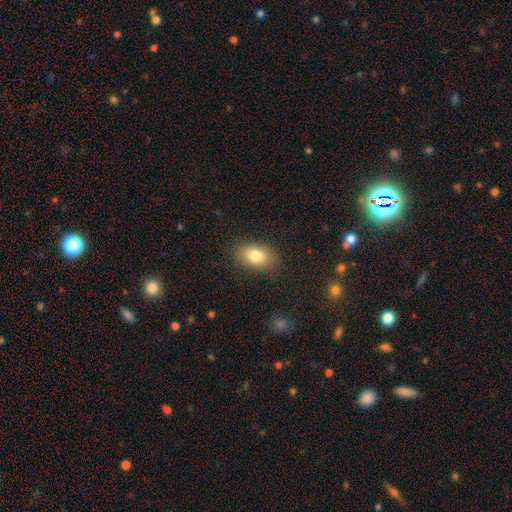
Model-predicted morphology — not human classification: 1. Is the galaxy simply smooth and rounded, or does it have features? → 82% smooth, 10% featured or disk, 8% star or artifact.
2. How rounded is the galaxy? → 88% in between, 10% round, 2% cigar-shaped.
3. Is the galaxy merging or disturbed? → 85% none, 10% minor disturbance, 3% major disturbance, 1% merger.